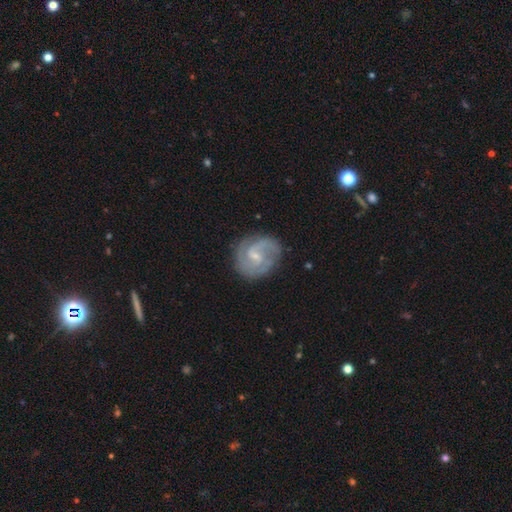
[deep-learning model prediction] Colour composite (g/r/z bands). It shows a featured or disk galaxy (84%) with a weak bar (60%), 2 (67%) medium (50%) spiral arms (96%) and a small central bulge (68%). Merging: none (76%).